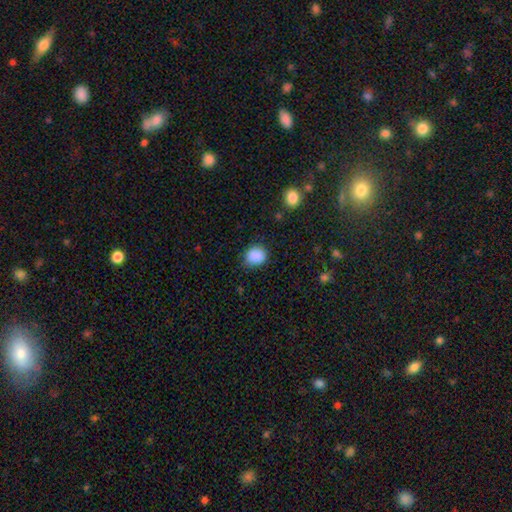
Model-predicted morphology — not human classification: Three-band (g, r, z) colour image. It shows a smooth galaxy with no disk features (88%) that is round (69%). Merging: none (79%).